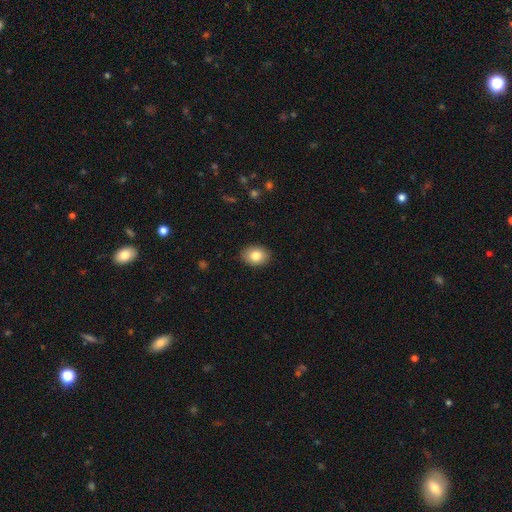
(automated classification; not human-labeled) Morphology: type=smooth (83%); roundness=in between (64%); merging=none (89%).